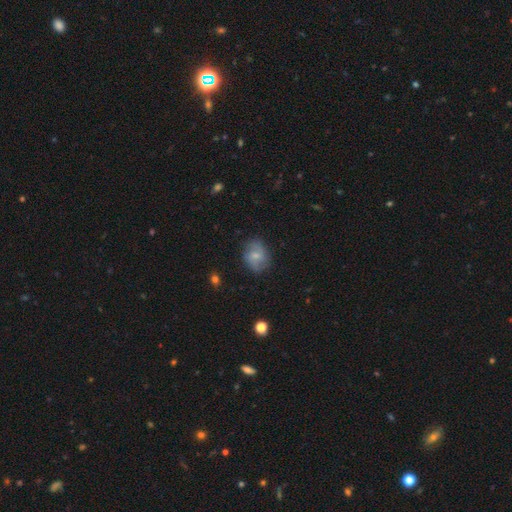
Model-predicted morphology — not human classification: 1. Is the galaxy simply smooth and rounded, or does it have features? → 52% smooth, 39% featured or disk, 8% star or artifact.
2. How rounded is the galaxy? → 53% in between, 46% round, 1% cigar-shaped.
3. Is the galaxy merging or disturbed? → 74% none, 19% minor disturbance, 6% major disturbance, 1% merger.